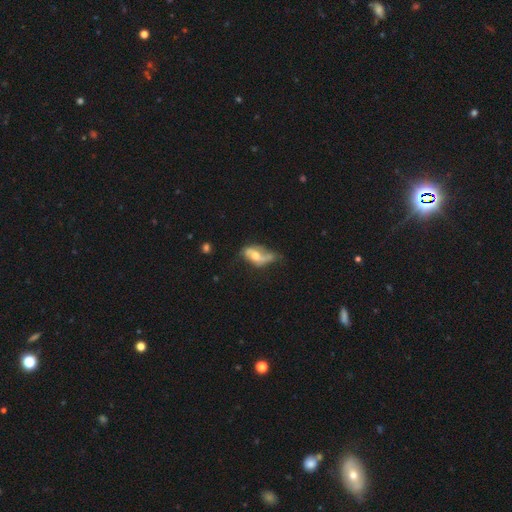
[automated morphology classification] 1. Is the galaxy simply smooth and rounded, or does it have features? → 56% featured or disk, 36% smooth, 8% star or artifact.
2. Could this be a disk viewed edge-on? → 88% no, 12% yes.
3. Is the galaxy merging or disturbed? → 33% minor disturbance, 31% none, 25% major disturbance, 12% merger.